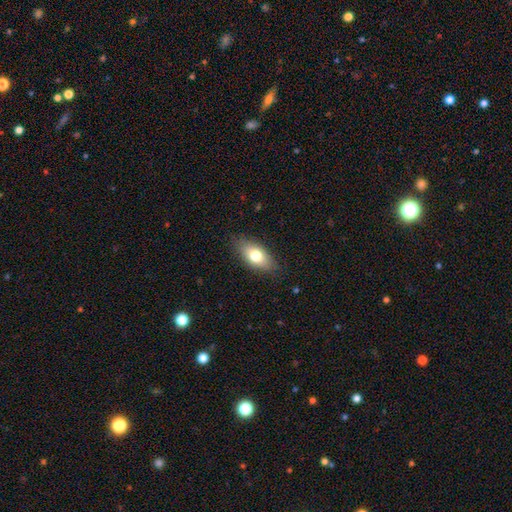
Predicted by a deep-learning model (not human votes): The model was most divided on "smooth or featured": smooth: 73%, featured or disk: 19%, star or artifact: 8%. More confident: how rounded — in between (87%); merging — none (83%).